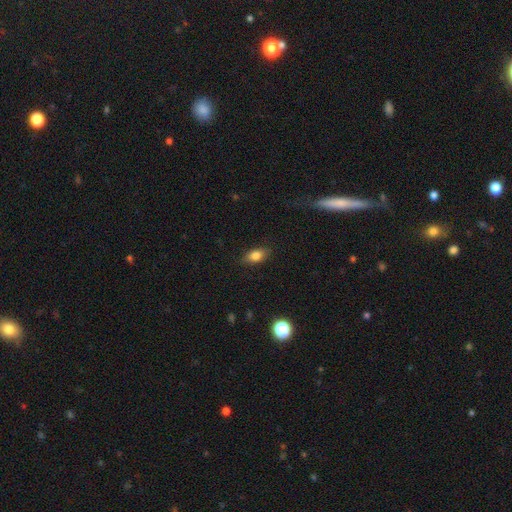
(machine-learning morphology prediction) This is likely a smooth galaxy (79%). How rounded: clearly in between (83%). Merging: clearly none (83%).